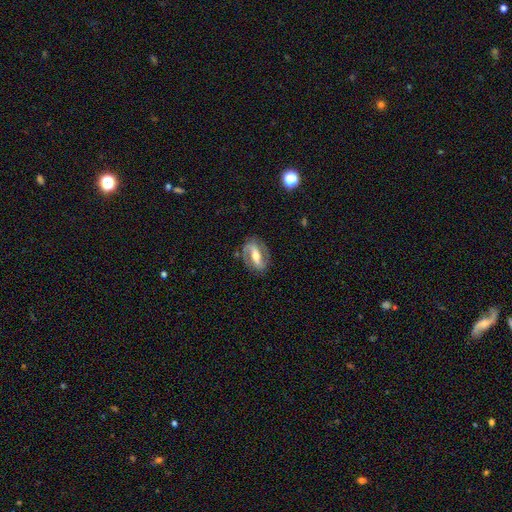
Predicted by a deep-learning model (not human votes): The model was most divided on "spiral winding": medium: 41%, loose: 32%, tight: 27%. More confident: edge-on disk — no (90%); spiral arm count — 2 (85%); spiral arms — yes (85%); merging — none (78%); smooth or featured — featured or disk (77%); bulge size — moderate (66%); bar — strong (57%).